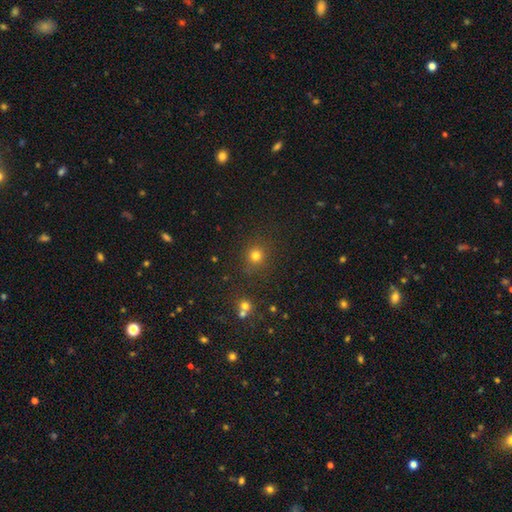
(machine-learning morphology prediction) This appears to be a smooth galaxy with no disk features (76%) that is round (91%). Merging: none (84%).